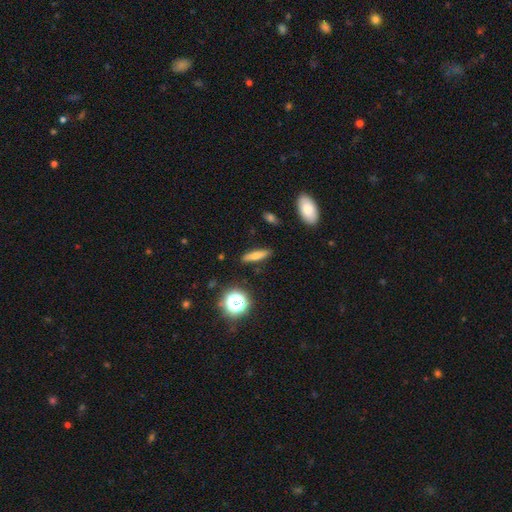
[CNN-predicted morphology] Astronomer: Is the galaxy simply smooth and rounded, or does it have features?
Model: smooth — 63%.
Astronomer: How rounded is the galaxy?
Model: cigar-shaped — 69%.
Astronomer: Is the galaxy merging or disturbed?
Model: none — 88%.